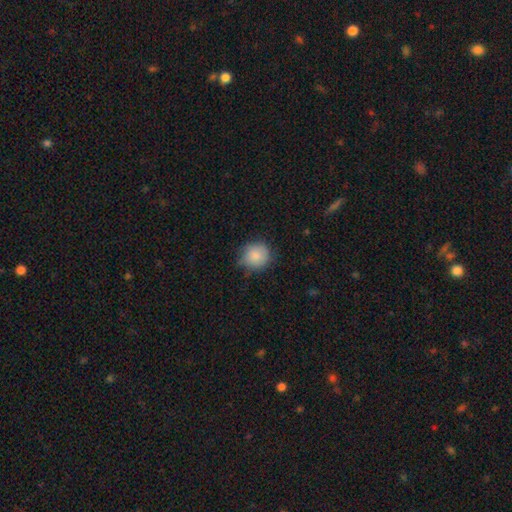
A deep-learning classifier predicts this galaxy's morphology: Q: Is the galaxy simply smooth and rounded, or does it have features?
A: smooth — 84%.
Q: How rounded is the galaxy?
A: round — 84%.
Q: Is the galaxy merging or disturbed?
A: none — 65%.